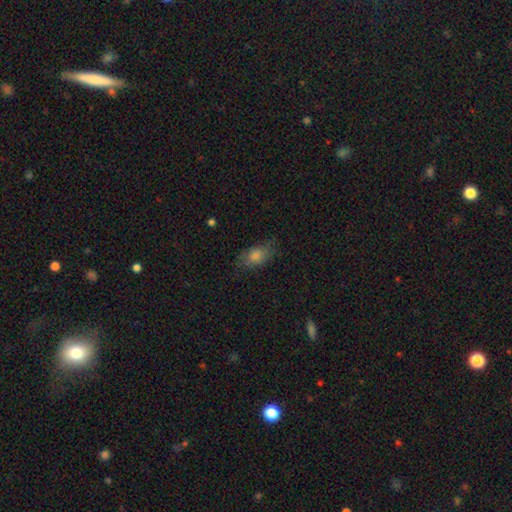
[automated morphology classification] A smooth galaxy with no disk features (70%) that is in between round and cigar-shaped (83%).

Vote fractions:
- Smooth or featured? smooth: 70% / featured or disk: 17% / star or artifact: 13%
- How rounded? in between: 83% / round: 10% / cigar-shaped: 8%
- Merging? none: 75% / minor disturbance: 18% / major disturbance: 5% / merger: 1%